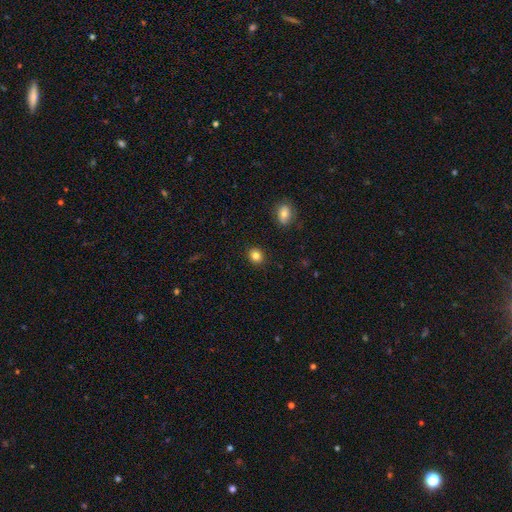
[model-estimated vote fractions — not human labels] This appears to be a smooth galaxy with no disk features (84%) that is round (77%). Merging: none (91%).